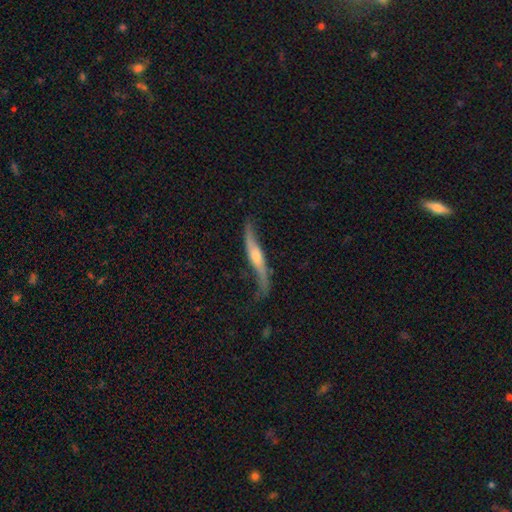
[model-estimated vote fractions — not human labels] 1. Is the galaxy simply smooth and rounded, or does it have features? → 75% featured or disk, 20% smooth, 5% star or artifact.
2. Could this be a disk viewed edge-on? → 60% yes, 40% no.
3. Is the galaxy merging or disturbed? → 60% none, 25% minor disturbance, 13% major disturbance, 3% merger.